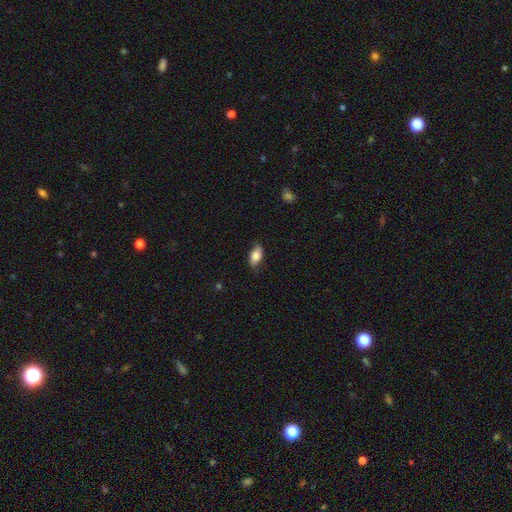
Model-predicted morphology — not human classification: Smooth or featured? smooth (76%)
How rounded? in between (89%)
Merging? none (75%)